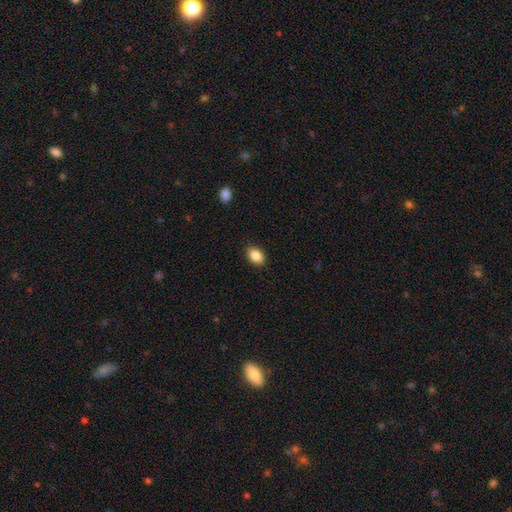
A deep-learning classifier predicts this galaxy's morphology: A smooth galaxy with no disk features (87%) that is in between round and cigar-shaped (82%). Merging: none (89%).